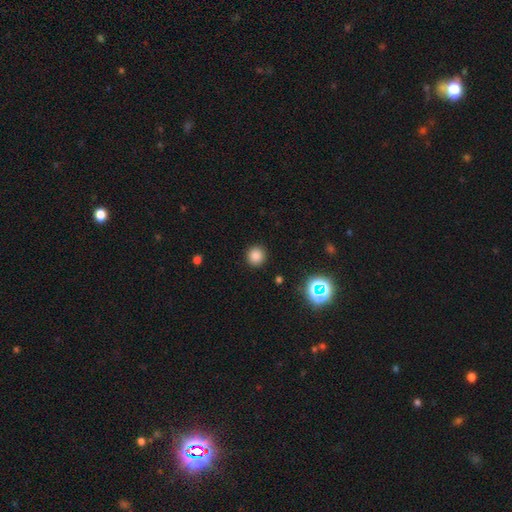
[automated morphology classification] The model was most divided on "smooth or featured": smooth: 82%, star or artifact: 14%, featured or disk: 4%. More confident: how rounded — round (93%); merging — none (91%).